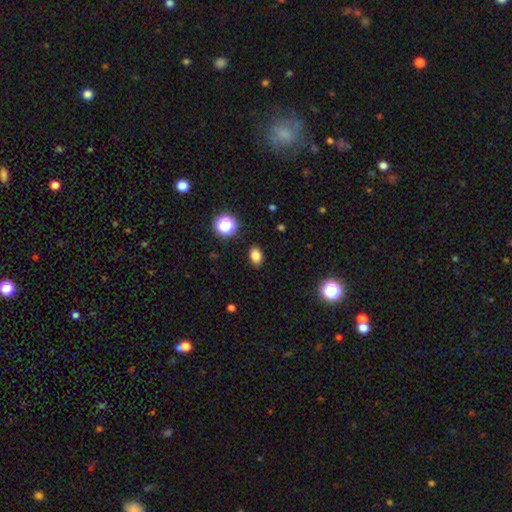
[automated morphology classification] This appears to be a smooth galaxy with no disk features (82%) that is in between round and cigar-shaped (77%). Merging: none (88%).